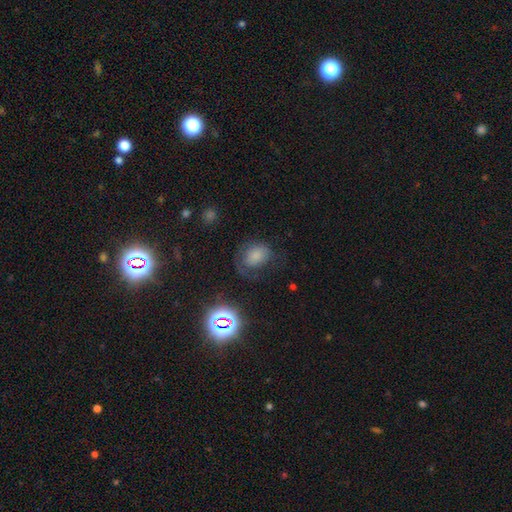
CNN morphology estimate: Smooth or featured: smooth — 64% (featured or disk — 19%)
How rounded: in between — 63% (round — 35%)
Merging: none — 50% (minor disturbance — 25%)